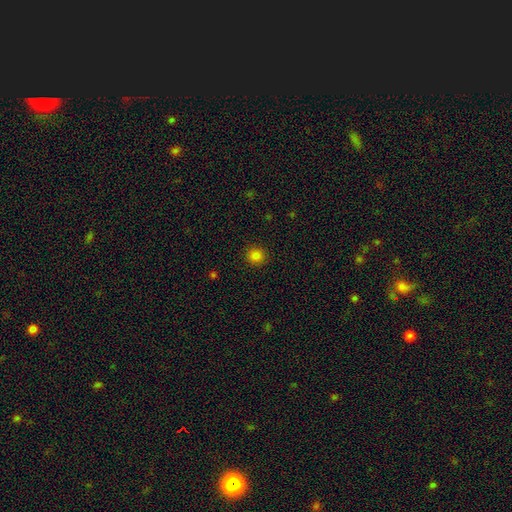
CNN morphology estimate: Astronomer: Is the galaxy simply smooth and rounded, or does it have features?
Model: smooth — 83%.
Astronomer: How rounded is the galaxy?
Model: round — 92%.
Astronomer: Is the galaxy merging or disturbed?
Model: none — 92%.